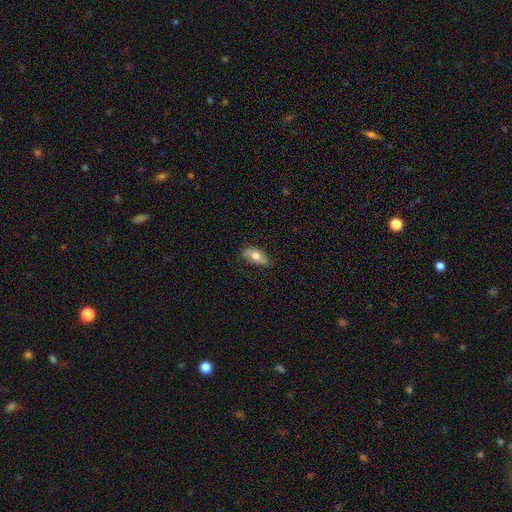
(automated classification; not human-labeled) The model was most divided on "smooth or featured": smooth: 68%, featured or disk: 25%, star or artifact: 7%. More confident: how rounded — in between (88%); merging — none (79%).